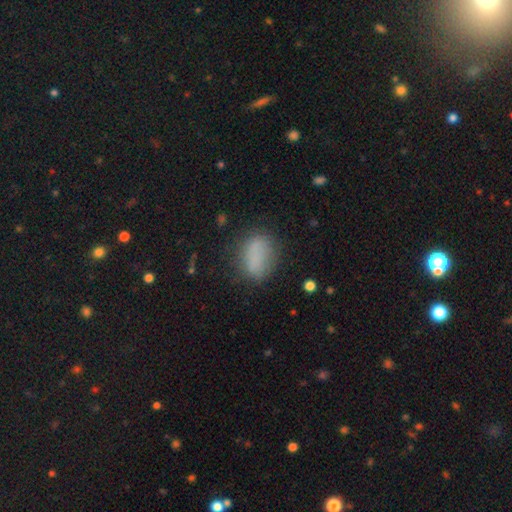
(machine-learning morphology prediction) This appears to be a smooth galaxy with no disk features (80%) that is in between round and cigar-shaped (80%). Merging: none (69%).